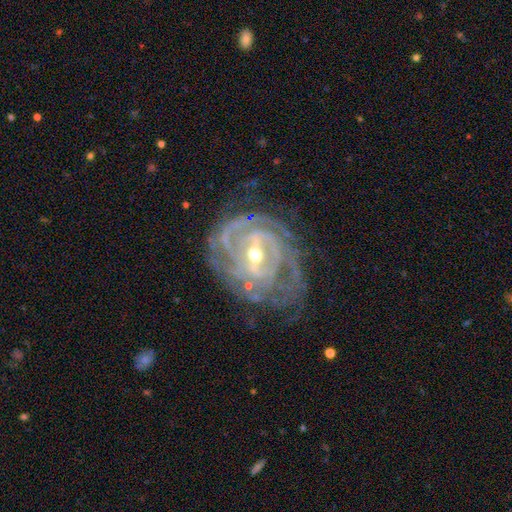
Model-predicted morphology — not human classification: Q: Smooth or featured?
A: featured or disk (90%); runner-up: star or artifact (5%)
Q: Edge-on disk?
A: no (96%); runner-up: yes (4%)
Q: Bar?
A: strong (45%); runner-up: weak (40%)
Q: Spiral arms?
A: yes (97%); runner-up: no (3%)
Q: Spiral winding?
A: tight (74%); runner-up: medium (22%)
Q: Spiral arm count?
A: can't tell (25%); runner-up: 3 (23%)
Q: Bulge size?
A: moderate (52%); runner-up: small (44%)
Q: Merging?
A: none (67%); runner-up: minor disturbance (20%)